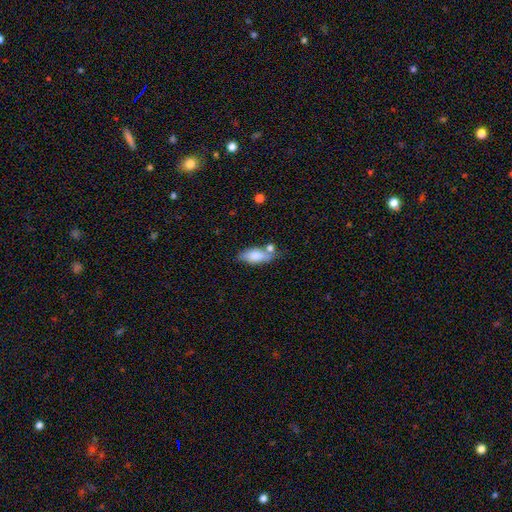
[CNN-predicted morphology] smooth 71%, featured or disk 22%, star or artifact 7%. Down the decision tree: how rounded — in between (72%); merging — none (60%).